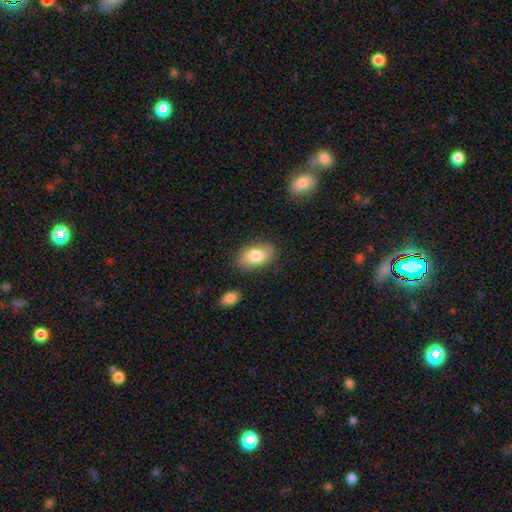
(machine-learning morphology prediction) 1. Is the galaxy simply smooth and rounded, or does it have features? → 83% smooth, 11% featured or disk, 6% star or artifact.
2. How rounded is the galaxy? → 92% in between, 6% round, 2% cigar-shaped.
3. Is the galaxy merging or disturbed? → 82% none, 13% minor disturbance, 3% major disturbance, 3% merger.